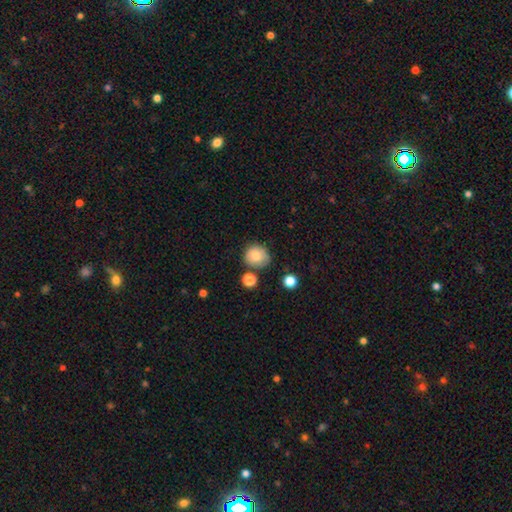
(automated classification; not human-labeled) A smooth galaxy with no disk features (80%) that is round (85%). Merging: none (66%).